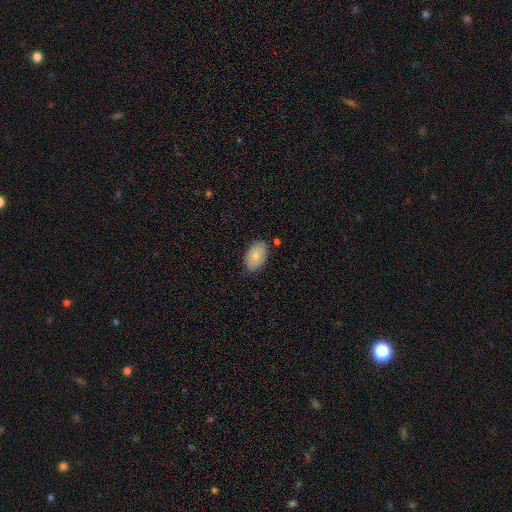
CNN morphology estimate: The model was most divided on "merging": none: 80%, minor disturbance: 15%, major disturbance: 3%, merger: 2%. More confident: how rounded — in between (94%); smooth or featured — smooth (85%).